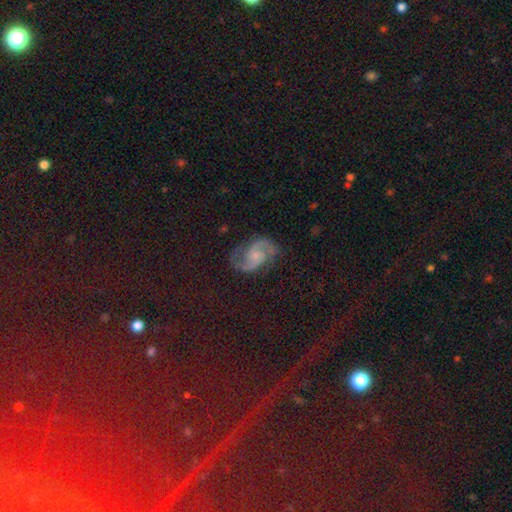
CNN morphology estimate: type=featured or disk (87%); edge-on=no (98%); bar=no (60%); spiral arms=yes (98%); winding=medium (57%); arm count=2 (94%); bulge=small (51%); merging=none (77%).